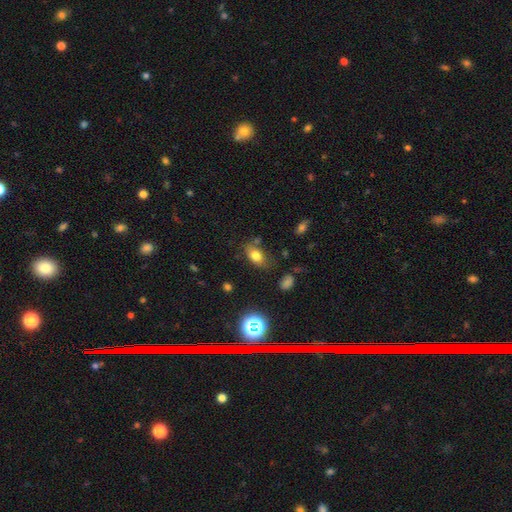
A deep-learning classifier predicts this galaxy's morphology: smooth 75%, featured or disk 12%, star or artifact 12%. Down the decision tree: how rounded — in between (85%); merging — none (66%).